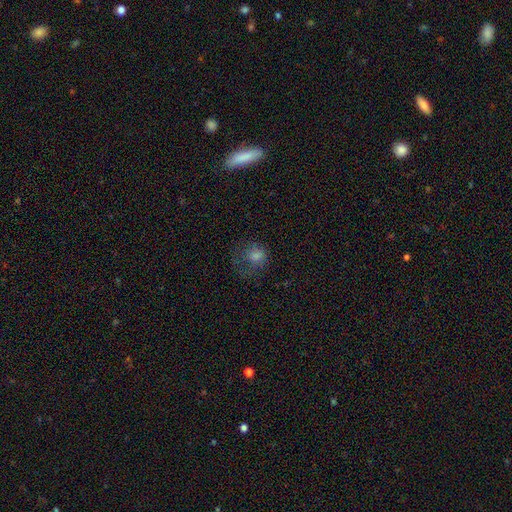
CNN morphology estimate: This is likely a smooth galaxy (65%). How rounded: likely round (67%). Merging: possibly none (50%).